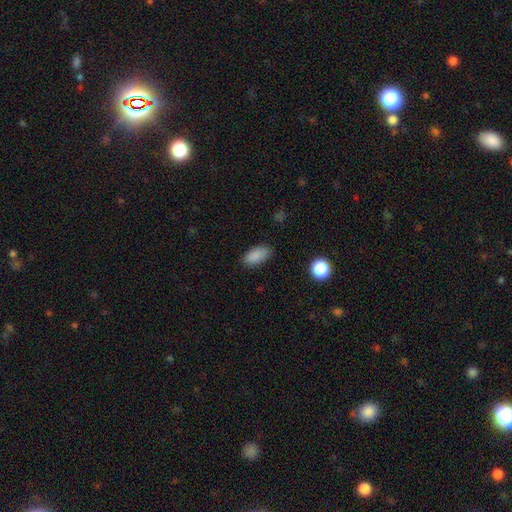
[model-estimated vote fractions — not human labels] smooth 88%, star or artifact 8%, featured or disk 4%. Down the decision tree: how rounded — in between (91%); merging — none (83%).